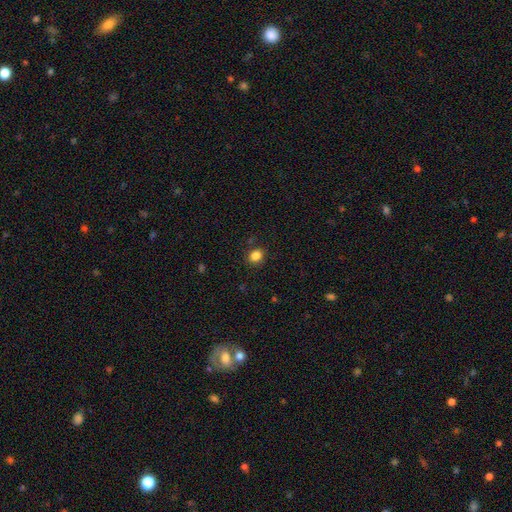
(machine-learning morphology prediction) smooth_or_featured: smooth (p=0.84) [alt: star or artifact p=0.12]
how_rounded: round (p=0.67) [alt: in between p=0.32]
merging: none (p=0.86) [alt: minor disturbance p=0.09]